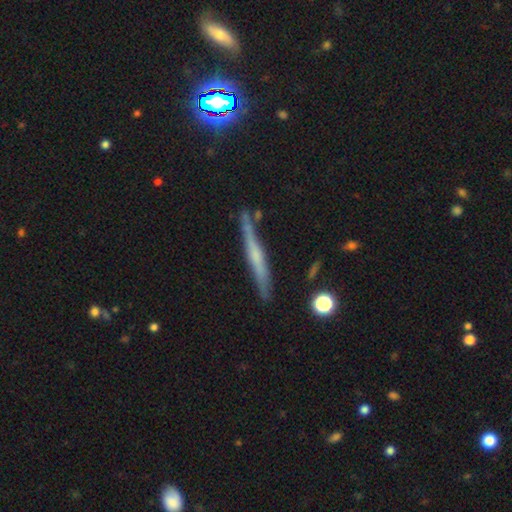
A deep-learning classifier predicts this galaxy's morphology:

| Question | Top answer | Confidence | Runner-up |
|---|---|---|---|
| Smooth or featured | featured or disk | 59% | smooth (33%) |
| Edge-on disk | yes | 96% | no (4%) |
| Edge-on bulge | none | 49% | rounded (39%) |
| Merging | none | 83% | minor disturbance (11%) |